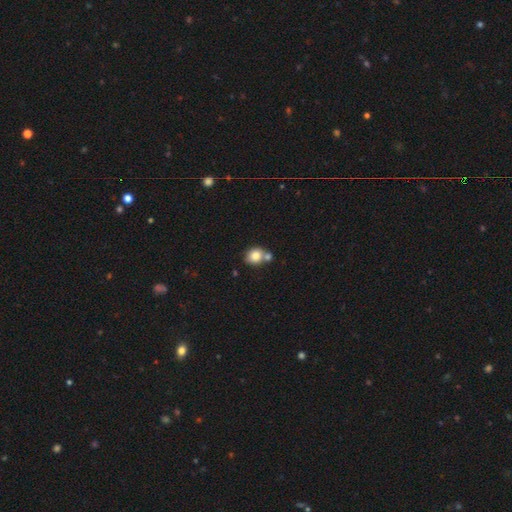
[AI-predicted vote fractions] Morphology: type=smooth (82%); roundness=round (68%); merging=none (52%).